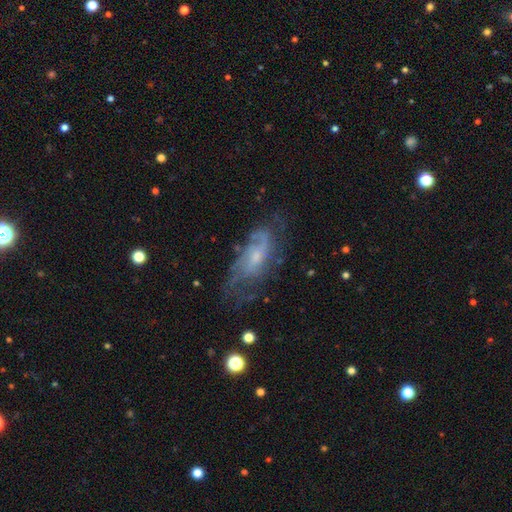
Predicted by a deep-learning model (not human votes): The model was most divided on "spiral winding": medium: 41%, tight: 33%, loose: 25%. Remaining: edge-on disk — no (90%); spiral arms — yes (82%); smooth or featured — featured or disk (71%); bar — no (67%); bulge size — small (57%); merging — none (55%); spiral arm count — can't tell (43%).